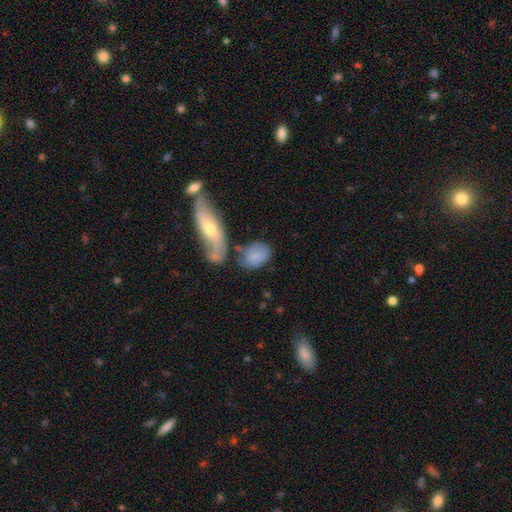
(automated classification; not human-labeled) smooth-or-featured: smooth: 72% | featured or disk: 21% | star or artifact: 7%
  how-rounded: in between: 83% | round: 14% | cigar-shaped: 3%
  merging: none: 49% | minor disturbance: 21% | merger: 20% | major disturbance: 10%